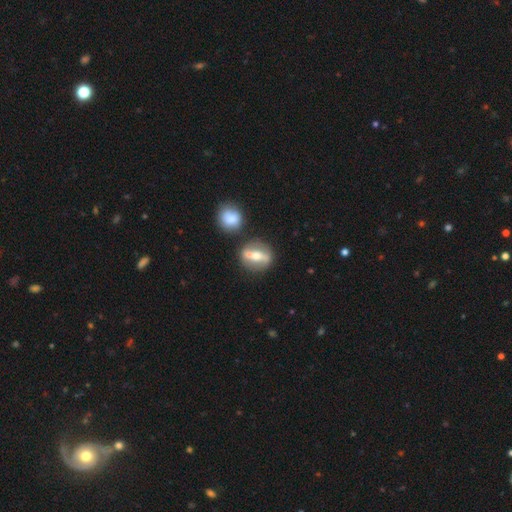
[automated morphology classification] A featured or disk galaxy (58%).

Vote fractions:
- Smooth or featured? featured or disk: 58% / smooth: 34% / star or artifact: 8%
- Edge-on disk? no: 68% / yes: 32%
- Merging? none: 64% / merger: 20% / minor disturbance: 12% / major disturbance: 4%